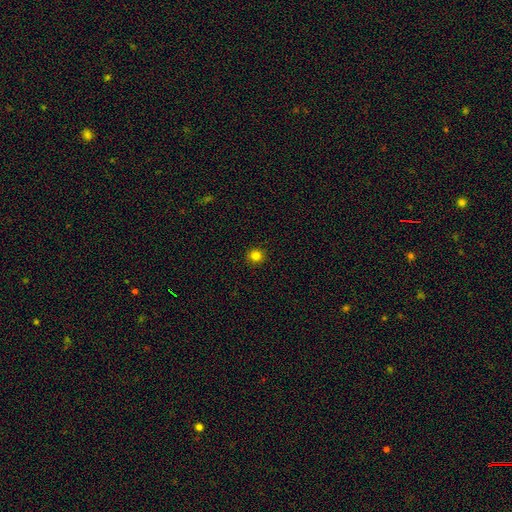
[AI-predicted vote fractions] Smooth or featured?
  - smooth: 82% *
  - star or artifact: 14%
  - featured or disk: 4%
How rounded?
  - round: 92% *
  - in between: 7%
  - cigar-shaped: 1%
Merging?
  - none: 92% *
  - minor disturbance: 6%
  - major disturbance: 2%
  - merger: 1%